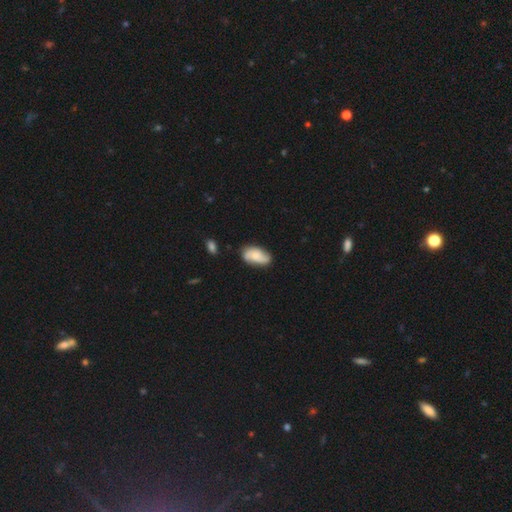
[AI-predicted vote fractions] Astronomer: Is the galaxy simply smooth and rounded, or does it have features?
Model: smooth — 50% (runner-up: featured or disk, 43%).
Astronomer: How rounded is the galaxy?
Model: in between — 92%.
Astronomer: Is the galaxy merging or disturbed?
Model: none — 69%.